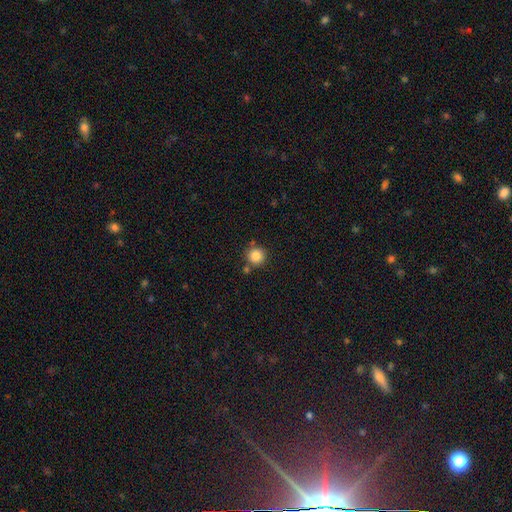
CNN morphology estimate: Q: Smooth or featured?
A: smooth (85%); runner-up: star or artifact (11%)
Q: How rounded?
A: round (94%); runner-up: in between (5%)
Q: Merging?
A: none (79%); runner-up: minor disturbance (9%)